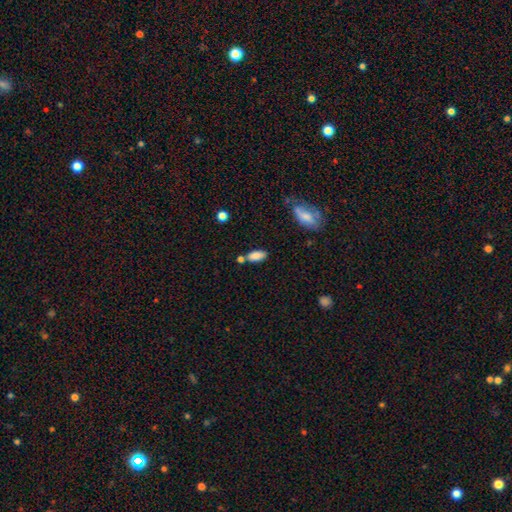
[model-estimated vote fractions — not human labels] This appears to be a smooth galaxy with no disk features (85%) that is in between round and cigar-shaped (88%). Merging: none (64%).